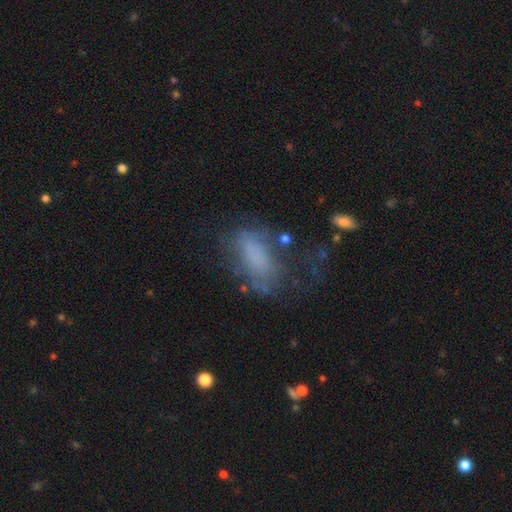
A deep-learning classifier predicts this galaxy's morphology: This appears to be a smooth galaxy with no disk features (60%) that is in between round and cigar-shaped (85%). Merging: none (43%).